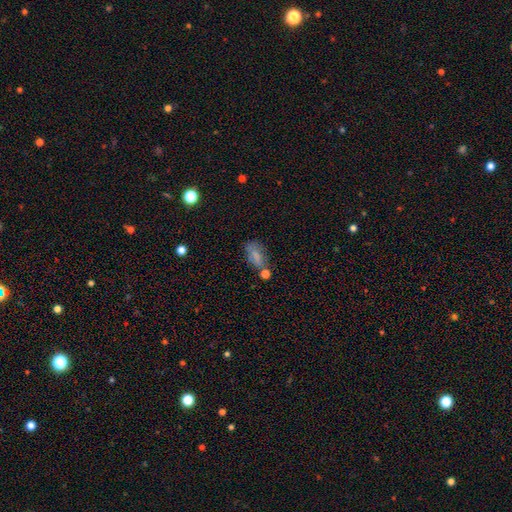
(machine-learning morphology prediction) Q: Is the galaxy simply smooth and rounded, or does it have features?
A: smooth — 69%.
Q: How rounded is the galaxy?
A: in between — 83%.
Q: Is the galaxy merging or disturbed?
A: none — 47%.